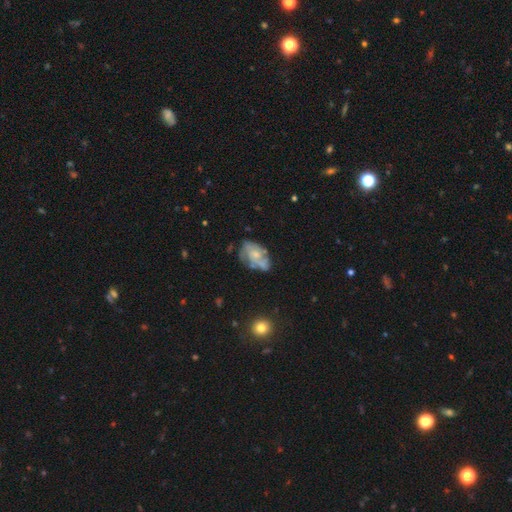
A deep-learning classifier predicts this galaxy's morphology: Overall: featured or disk (62%; smooth 30%). Edge-on disk: no (96%). Bar: no (79%). Spiral arms: yes (66%; no 34%). Bulge size: small (54%; moderate 34%). Merging: none (51%; minor disturbance 28%).